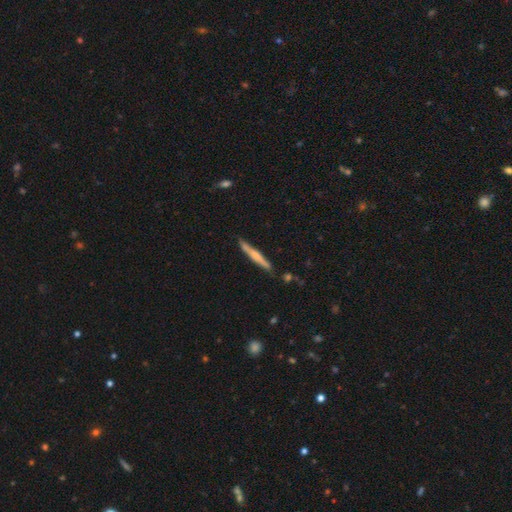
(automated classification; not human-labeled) This is possibly a smooth galaxy (48%). Merging: clearly none (85%).